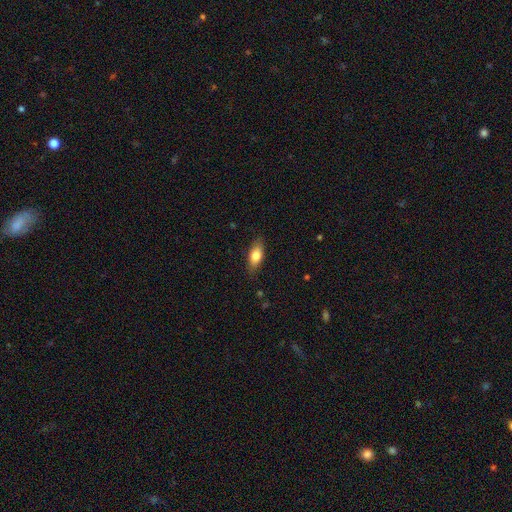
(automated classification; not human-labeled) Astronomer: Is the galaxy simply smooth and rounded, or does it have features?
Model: smooth — 77%.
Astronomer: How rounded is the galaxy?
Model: in between — 81%.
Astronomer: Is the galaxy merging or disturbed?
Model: none — 82%.